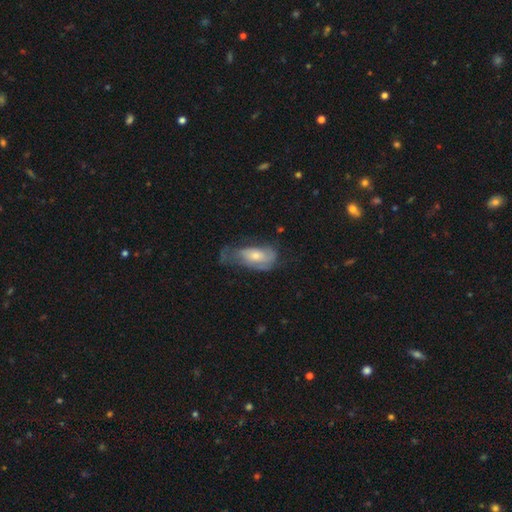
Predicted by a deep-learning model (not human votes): Overall: featured or disk (48%; smooth 44%). Merging: major disturbance (35%; minor disturbance 33%).